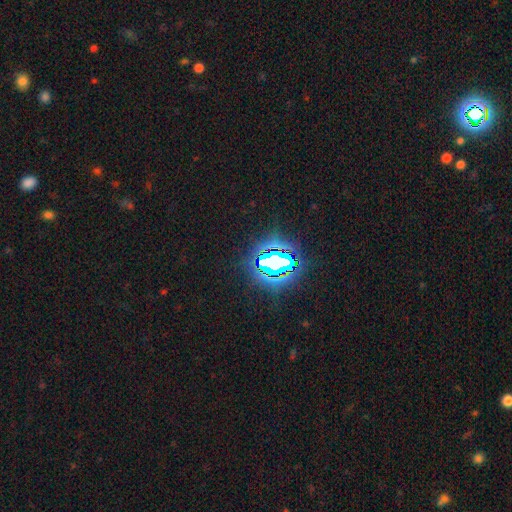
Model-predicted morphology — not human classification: A star or artifact, not a galaxy (83%).

Vote fractions:
- Smooth or featured? star or artifact: 83% / smooth: 11% / featured or disk: 6%